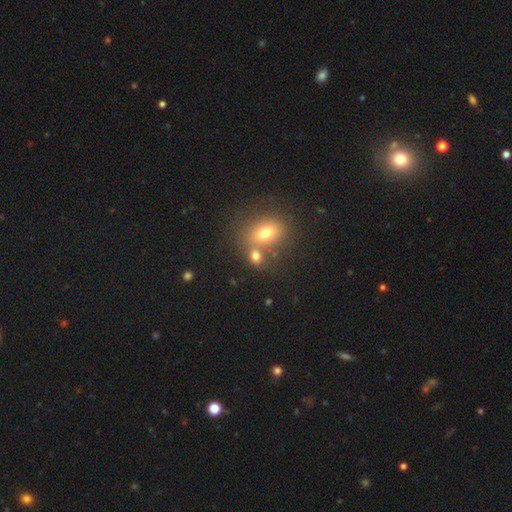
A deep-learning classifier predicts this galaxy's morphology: A smooth galaxy with no disk features (73%) that is in between round and cigar-shaped (60%). Merging: none (46%).